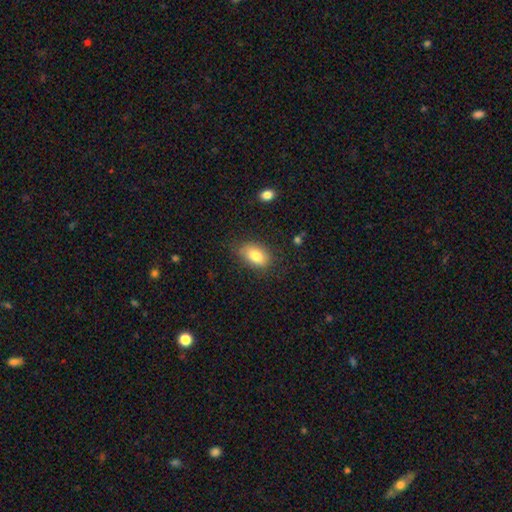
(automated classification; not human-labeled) The model was most divided on "merging": none: 76%, minor disturbance: 18%, major disturbance: 5%, merger: 1%. More confident: how rounded — in between (89%); smooth or featured — smooth (81%).